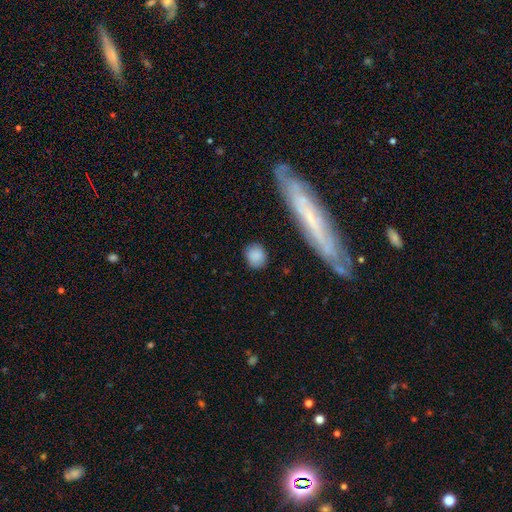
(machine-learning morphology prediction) A smooth galaxy with no disk features (85%) that is round (75%).

Vote fractions:
- Smooth or featured? smooth: 85% / star or artifact: 9% / featured or disk: 7%
- How rounded? round: 75% / in between: 22% / cigar-shaped: 3%
- Merging? none: 85% / minor disturbance: 10% / major disturbance: 3% / merger: 2%